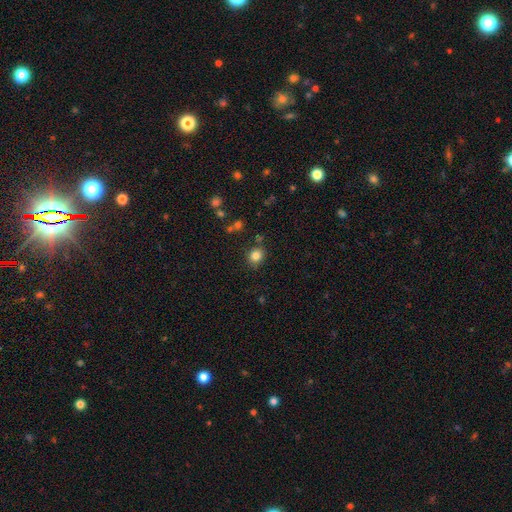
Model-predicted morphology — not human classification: Smooth or featured?
  - smooth: 83% *
  - star or artifact: 12%
  - featured or disk: 6%
How rounded?
  - round: 77% *
  - in between: 22%
  - cigar-shaped: 1%
Merging?
  - none: 82% *
  - minor disturbance: 10%
  - merger: 4%
  - major disturbance: 3%